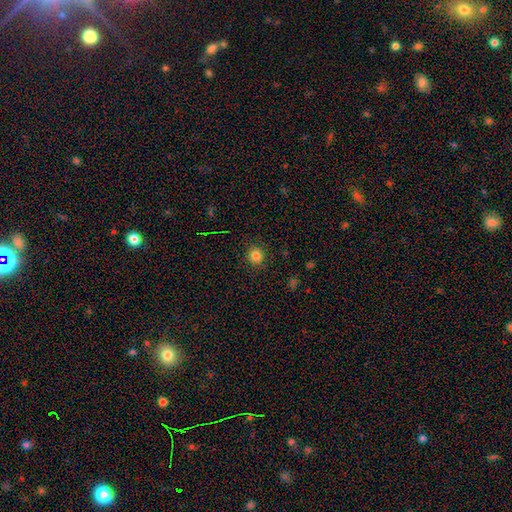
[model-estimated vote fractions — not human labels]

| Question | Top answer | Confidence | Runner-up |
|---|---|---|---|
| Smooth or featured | smooth | 83% | star or artifact (13%) |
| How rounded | round | 91% | in between (8%) |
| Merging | none | 90% | minor disturbance (7%) |